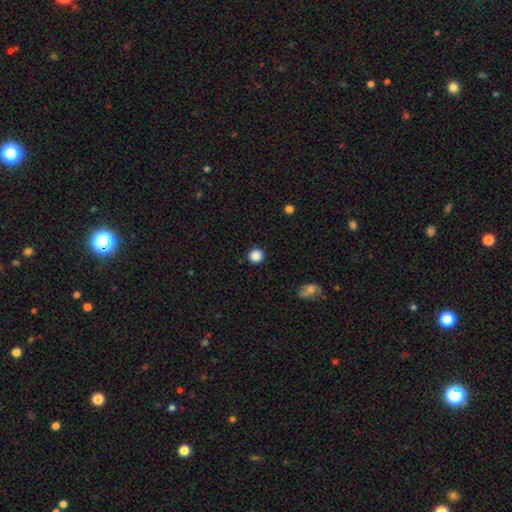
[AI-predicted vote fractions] A smooth galaxy with no disk features (87%) that is round (95%). Merging: none (90%).